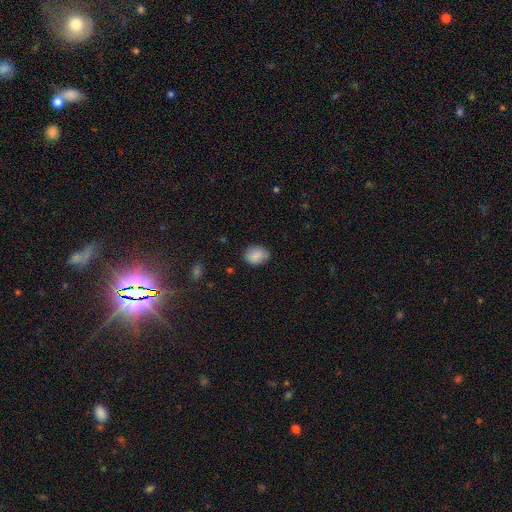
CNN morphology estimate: A smooth galaxy with no disk features (87%) that is in between round and cigar-shaped (58%). Merging: none (81%).